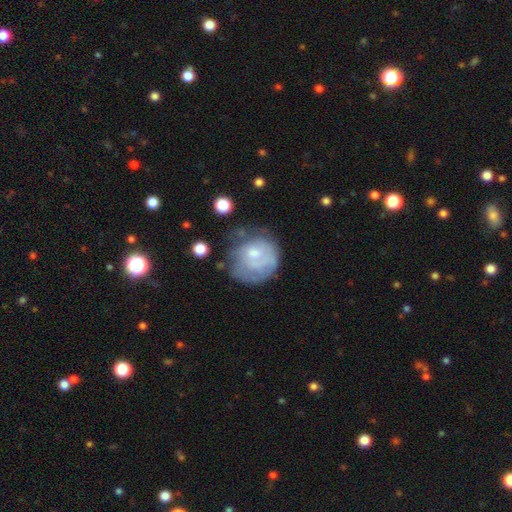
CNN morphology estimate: Smooth or featured: smooth — 47% (featured or disk — 45%)
Merging: none — 46% (minor disturbance — 27%)